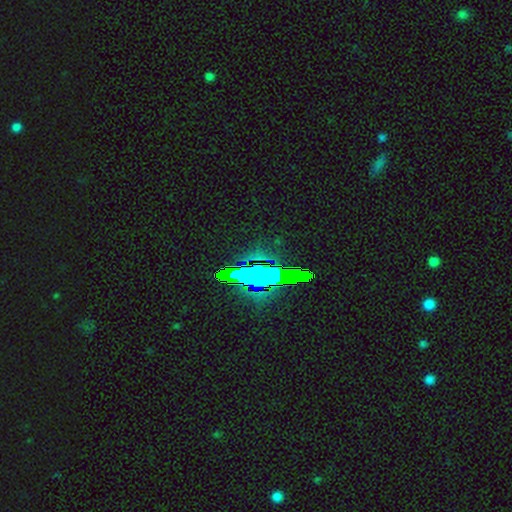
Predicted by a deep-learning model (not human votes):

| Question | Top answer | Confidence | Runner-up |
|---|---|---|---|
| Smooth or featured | star or artifact | 72% | smooth (15%) |